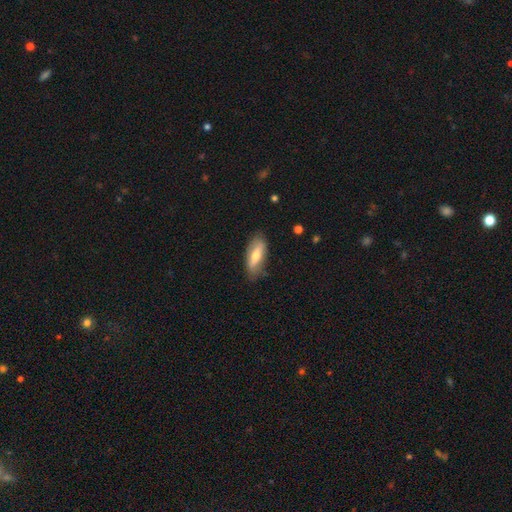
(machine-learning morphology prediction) This is possibly a smooth galaxy (55%). How rounded: likely in between (73%). Merging: likely none (79%).